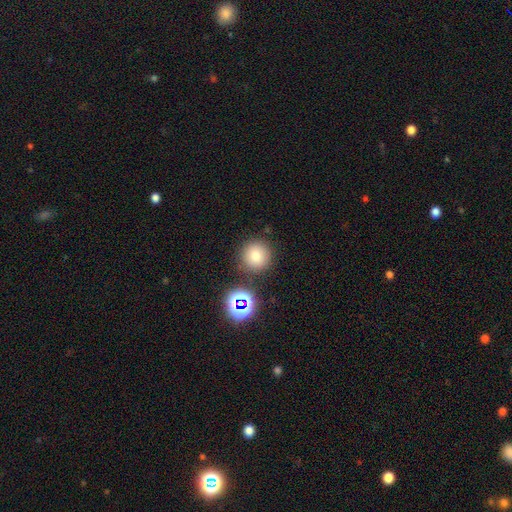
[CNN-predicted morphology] smooth 74%, star or artifact 18%, featured or disk 9%. Down the decision tree: how rounded — round (95%); merging — none (84%).